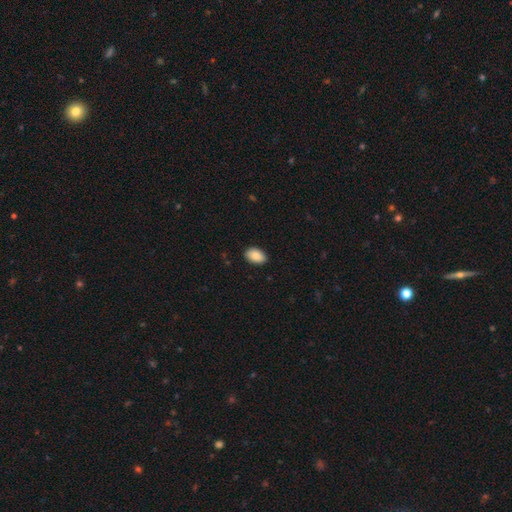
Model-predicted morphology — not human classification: This appears to be a smooth galaxy with no disk features (88%) that is in between round and cigar-shaped (91%). Merging: none (88%).